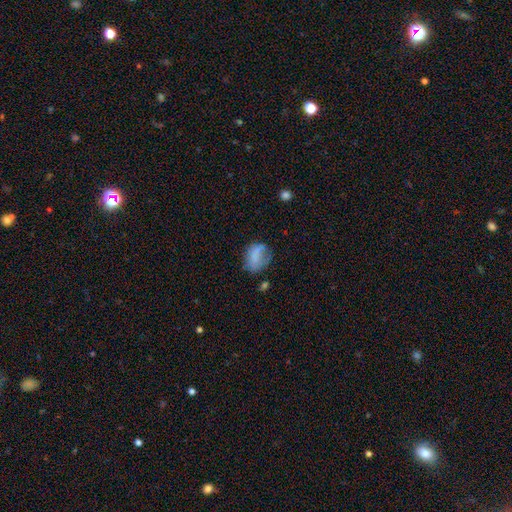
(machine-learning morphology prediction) smooth_or_featured: smooth (p=0.71) [alt: featured or disk p=0.18]
how_rounded: in between (p=0.63) [alt: round p=0.35]
merging: none (p=0.45) [alt: minor disturbance p=0.30]